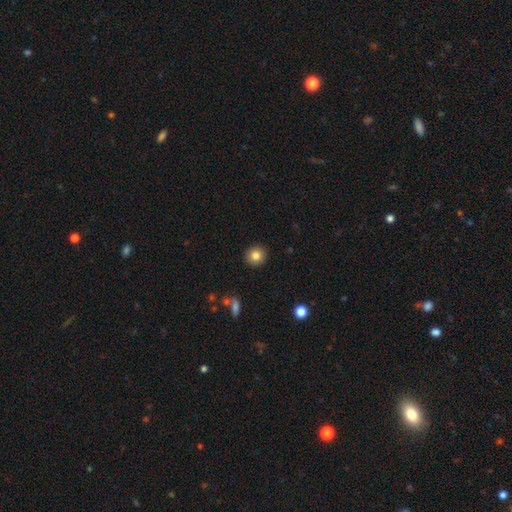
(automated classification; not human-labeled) smooth_or_featured: smooth (p=0.82) [alt: star or artifact p=0.10]
how_rounded: round (p=0.91) [alt: in between p=0.08]
merging: none (p=0.92) [alt: minor disturbance p=0.05]